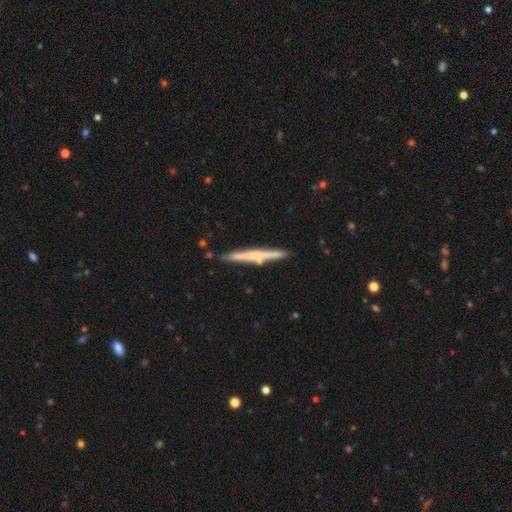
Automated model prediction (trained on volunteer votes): The model was most divided on "smooth or featured": featured or disk: 53%, smooth: 41%, star or artifact: 6%. More confident: edge-on disk — yes (97%); merging — none (84%); edge-on bulge — none (67%).